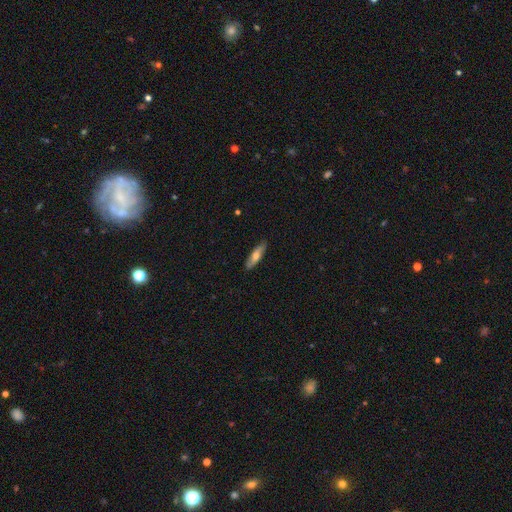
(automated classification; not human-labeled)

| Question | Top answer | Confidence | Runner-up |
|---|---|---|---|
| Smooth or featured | smooth | 60% | featured or disk (34%) |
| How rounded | cigar-shaped | 64% | in between (34%) |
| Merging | none | 86% | minor disturbance (11%) |